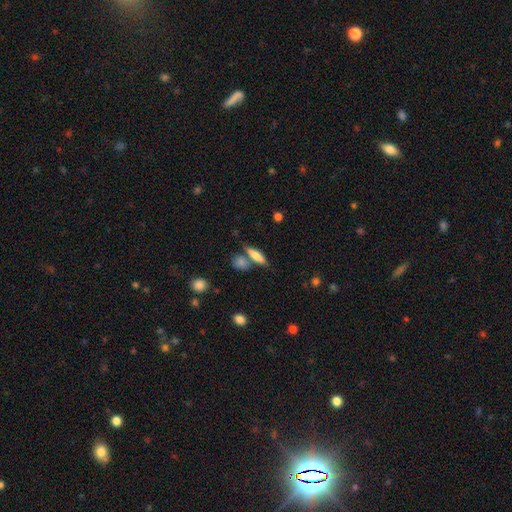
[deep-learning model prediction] This appears to be a smooth galaxy with no disk features (67%) that is cigar-shaped (54%). Merging: none (60%).